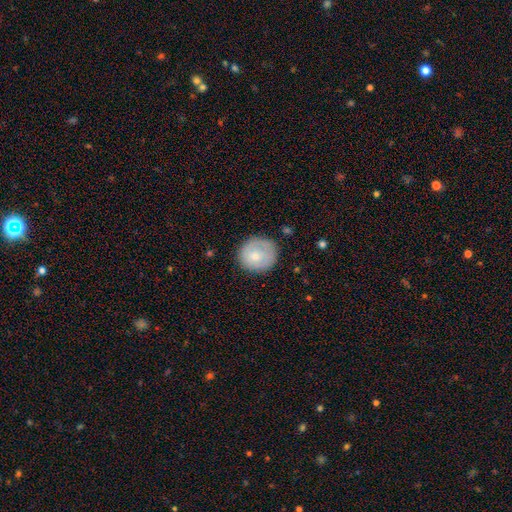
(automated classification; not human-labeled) A smooth galaxy with no disk features (66%) that is round (83%).

Vote fractions:
- Smooth or featured? smooth: 66% / featured or disk: 27% / star or artifact: 7%
- How rounded? round: 83% / in between: 16% / cigar-shaped: 1%
- Merging? none: 75% / minor disturbance: 18% / major disturbance: 5% / merger: 2%